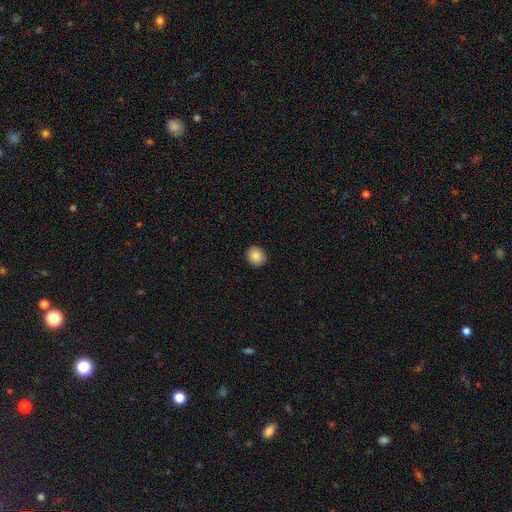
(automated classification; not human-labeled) smooth_or_featured: smooth (p=0.87) [alt: star or artifact p=0.09]
how_rounded: round (p=0.72) [alt: in between p=0.28]
merging: none (p=0.91) [alt: minor disturbance p=0.06]